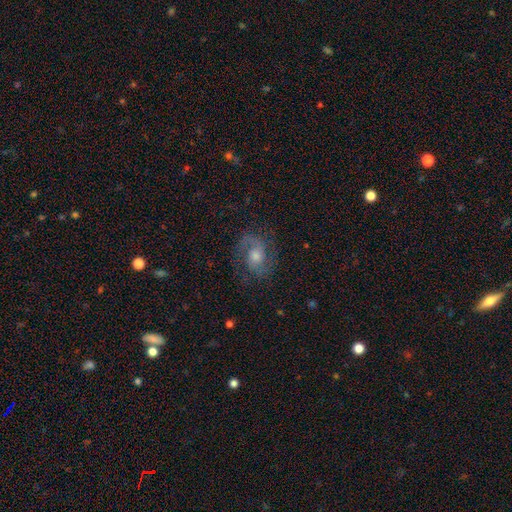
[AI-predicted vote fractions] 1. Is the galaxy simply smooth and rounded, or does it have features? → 80% featured or disk, 11% smooth, 9% star or artifact.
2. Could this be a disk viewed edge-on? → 97% no, 3% yes.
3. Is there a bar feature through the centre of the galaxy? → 59% no, 35% weak, 6% strong.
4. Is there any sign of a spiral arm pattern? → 96% yes, 4% no.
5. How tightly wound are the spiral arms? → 54% medium, 28% tight, 18% loose.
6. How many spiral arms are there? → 85% 2, 6% can't tell, 4% 1, 3% 3, 1% 4, 1% more than 4.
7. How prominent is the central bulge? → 58% moderate, 26% small, 12% large, 3% none, 2% dominant.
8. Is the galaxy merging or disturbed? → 77% none, 14% minor disturbance, 8% major disturbance, 1% merger.